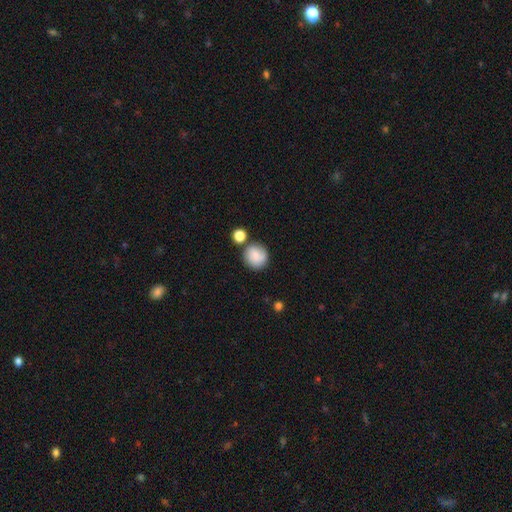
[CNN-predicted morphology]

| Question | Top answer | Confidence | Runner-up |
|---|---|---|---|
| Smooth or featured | smooth | 75% | featured or disk (17%) |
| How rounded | round | 89% | in between (10%) |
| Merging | none | 68% | merger (14%) |